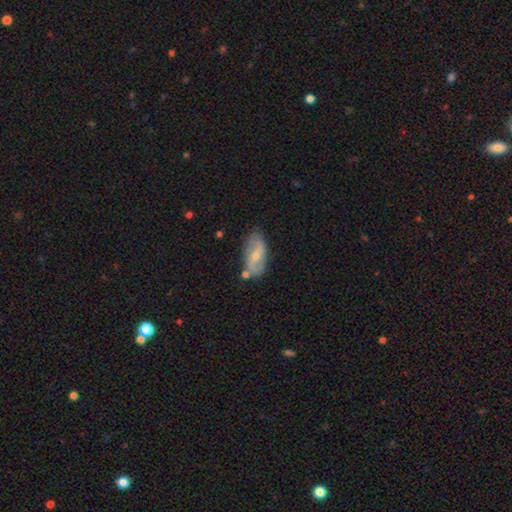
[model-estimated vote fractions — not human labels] Smooth or featured? featured or disk (56%)
Edge-on disk? no (91%)
Bar? weak (45%)
Spiral arms? yes (77%)
Bulge size? small (52%)
Merging? none (72%)